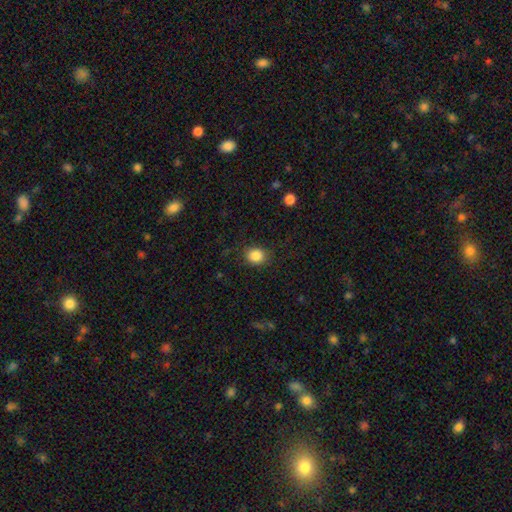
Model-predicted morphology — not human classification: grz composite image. It shows a smooth galaxy with no disk features (86%) that is round (65%). Merging: none (86%).